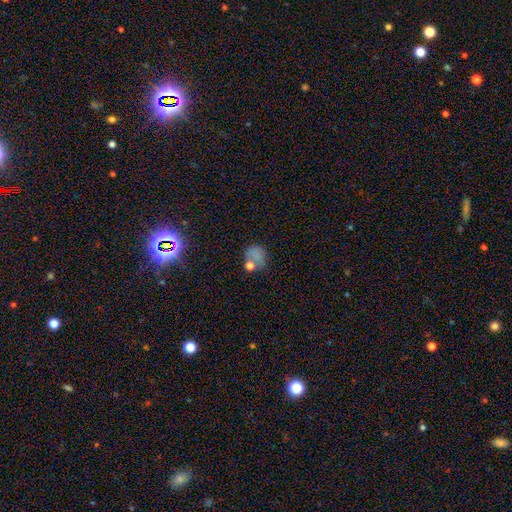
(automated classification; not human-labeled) This is likely a smooth galaxy (72%). How rounded: likely round (80%). Merging: possibly none (59%).